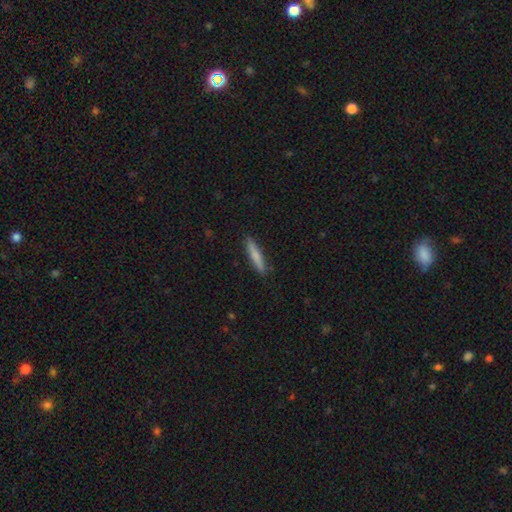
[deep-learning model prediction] This appears to be a smooth galaxy with no disk features (78%) that is cigar-shaped (91%). Merging: none (89%).